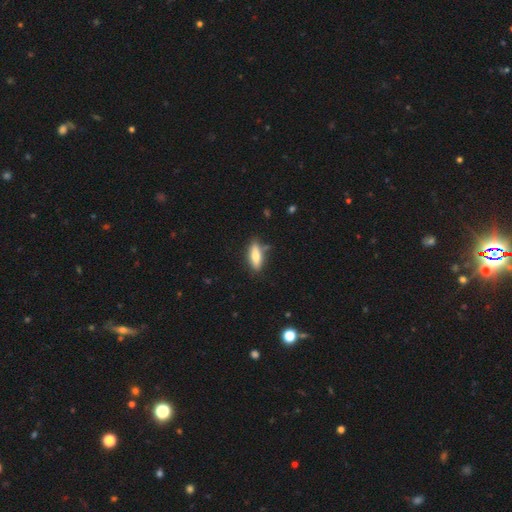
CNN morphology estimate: smooth 68%, featured or disk 25%, star or artifact 6%. Down the decision tree: how rounded — in between (56%); merging — none (79%).